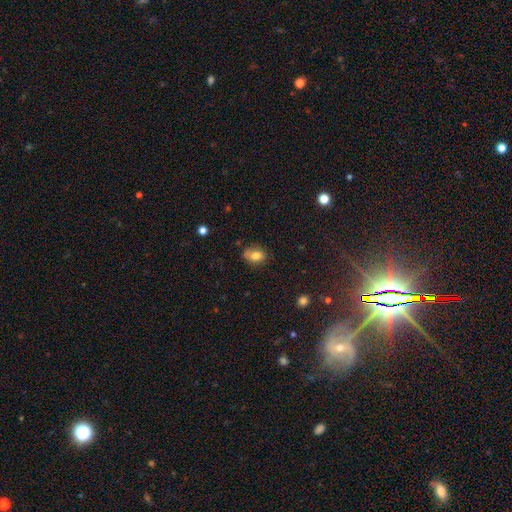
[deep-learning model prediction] Overall: smooth (76%). How rounded: in between (69%; round 30%). Merging: none (58%; minor disturbance 27%).